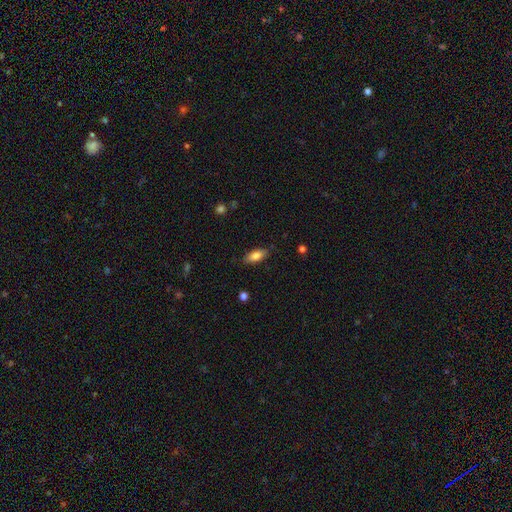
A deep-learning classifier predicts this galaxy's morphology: Overall: smooth (82%). How rounded: in between (82%). Merging: none (84%).